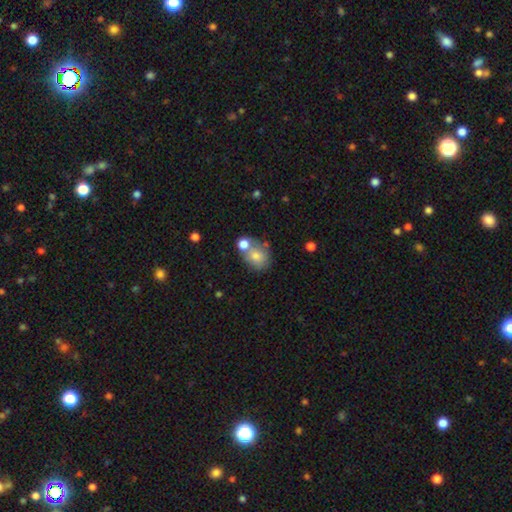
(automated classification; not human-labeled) Smooth or featured: smooth — 74% (featured or disk — 16%)
How rounded: round — 62% (in between — 37%)
Merging: none — 48% (merger — 31%)